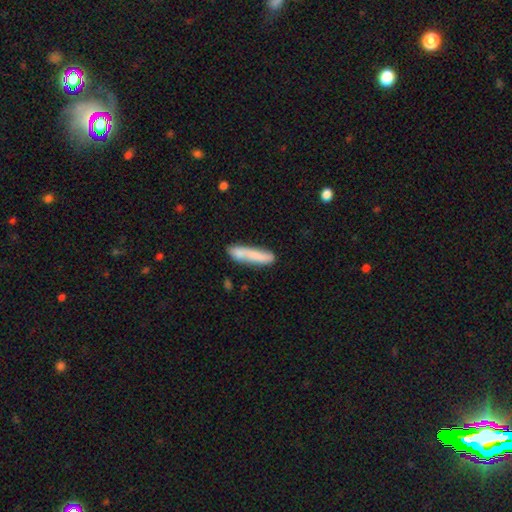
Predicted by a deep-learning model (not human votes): A smooth galaxy with no disk features (75%) that is cigar-shaped (82%).

Vote fractions:
- Smooth or featured? smooth: 75% / featured or disk: 19% / star or artifact: 6%
- How rounded? cigar-shaped: 82% / in between: 16% / round: 2%
- Merging? none: 57% / minor disturbance: 20% / merger: 17% / major disturbance: 6%